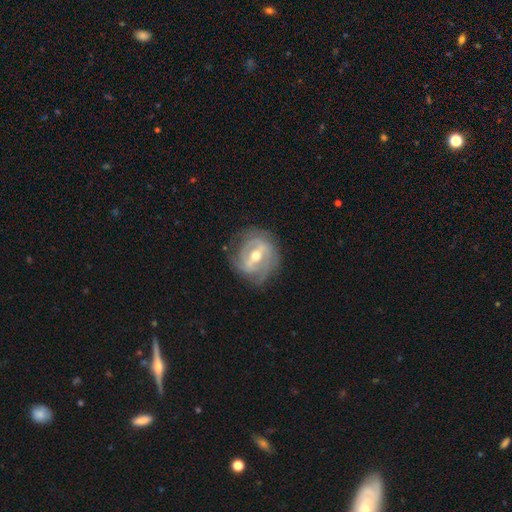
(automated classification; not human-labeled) smooth_or_featured: featured or disk (p=0.84) [alt: smooth p=0.11]
disk_edge_on: no (p=0.94) [alt: yes p=0.06]
bar: strong (p=0.54) [alt: weak p=0.34]
has_spiral_arms: yes (p=0.82) [alt: no p=0.18]
spiral_winding: tight (p=0.56) [alt: medium p=0.31]
spiral_arm_count: 2 (p=0.42) [alt: can't tell p=0.30]
bulge_size: moderate (p=0.72) [alt: small p=0.23]
merging: none (p=0.72) [alt: minor disturbance p=0.19]